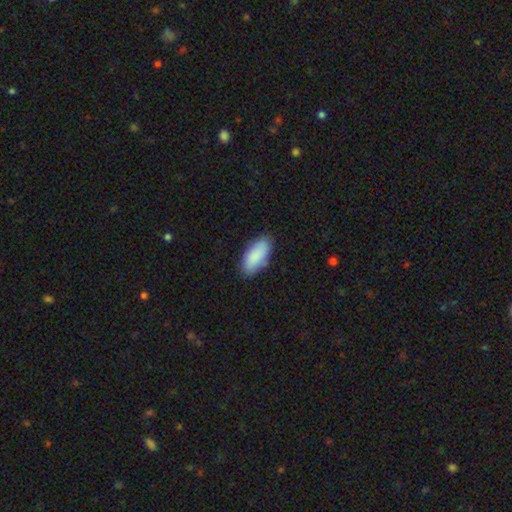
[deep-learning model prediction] This appears to be a smooth galaxy with no disk features (88%) that is in between round and cigar-shaped (88%). Merging: none (84%).